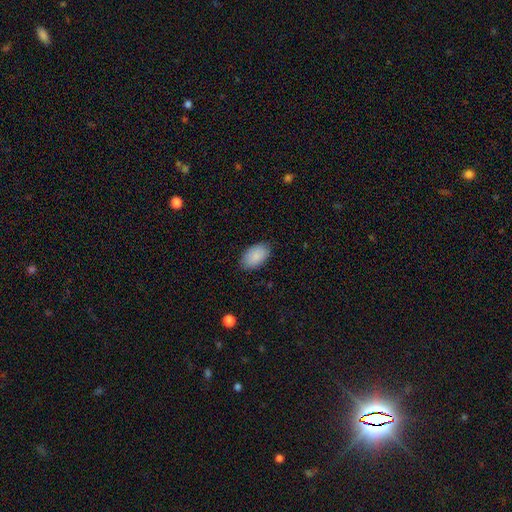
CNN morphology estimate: smooth-or-featured: smooth: 89% | star or artifact: 6% | featured or disk: 5%
  how-rounded: in between: 94% | round: 5% | cigar-shaped: 1%
  merging: none: 86% | minor disturbance: 11% | major disturbance: 2% | merger: 1%